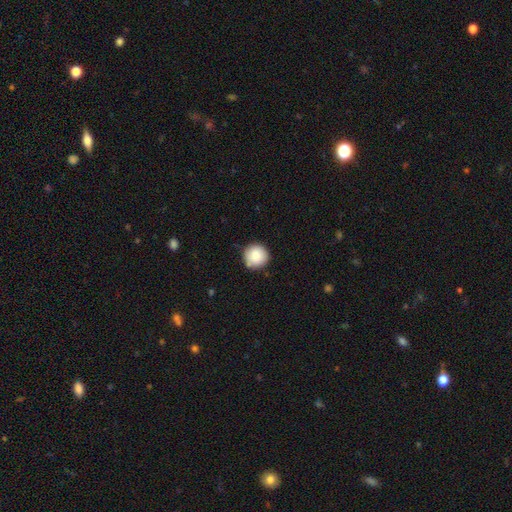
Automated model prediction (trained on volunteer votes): The model was most divided on "merging": none: 83%, minor disturbance: 12%, merger: 3%, major disturbance: 2%. More confident: how rounded — round (95%); smooth or featured — smooth (84%).